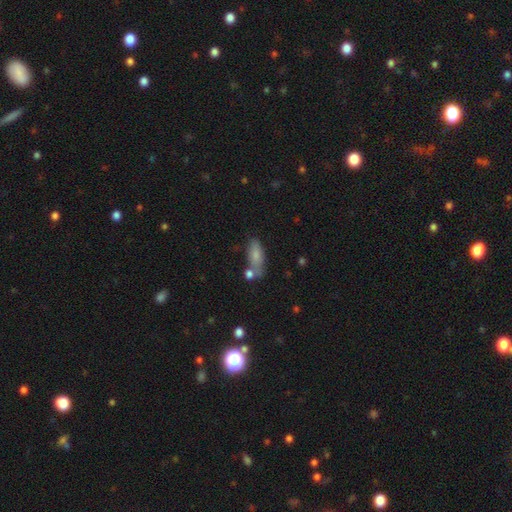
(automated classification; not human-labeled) Smooth or featured: smooth — 77% (featured or disk — 15%)
How rounded: in between — 73% (cigar-shaped — 24%)
Merging: none — 55% (minor disturbance — 21%)